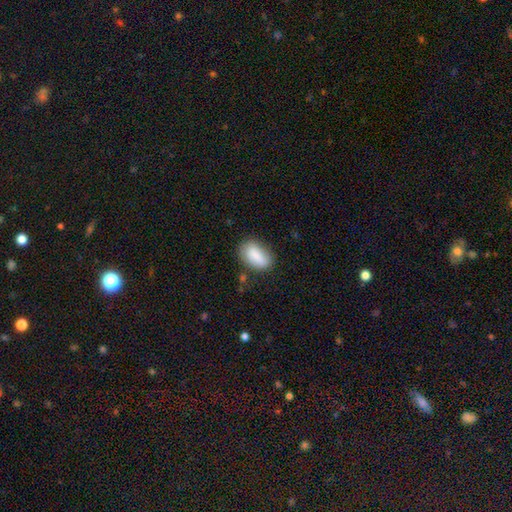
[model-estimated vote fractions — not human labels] Q: Smooth or featured?
A: smooth (85%); runner-up: featured or disk (8%)
Q: How rounded?
A: in between (90%); runner-up: round (6%)
Q: Merging?
A: none (73%); runner-up: minor disturbance (19%)